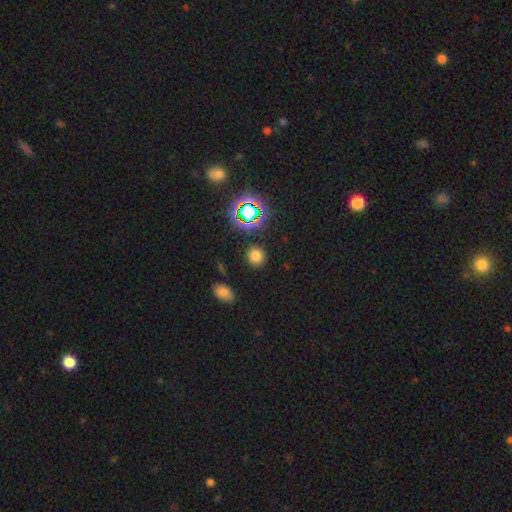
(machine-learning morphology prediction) Q: Smooth or featured?
A: smooth (73%); runner-up: star or artifact (22%)
Q: How rounded?
A: round (87%); runner-up: in between (12%)
Q: Merging?
A: none (88%); runner-up: minor disturbance (7%)